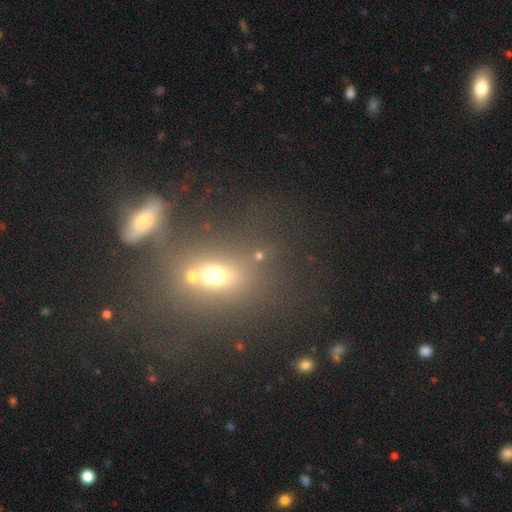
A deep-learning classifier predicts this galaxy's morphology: A smooth galaxy with no disk features (53%) that is in between round and cigar-shaped (49%).

Vote fractions:
- Smooth or featured? smooth: 53% / star or artifact: 27% / featured or disk: 20%
- How rounded? in between: 49% / round: 46% / cigar-shaped: 6%
- Merging? none: 51% / merger: 27% / minor disturbance: 13% / major disturbance: 9%